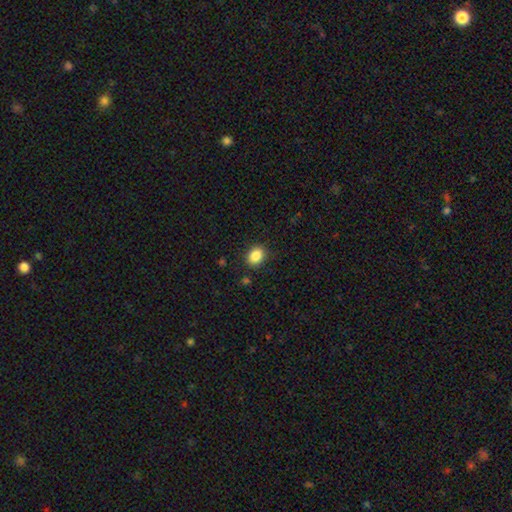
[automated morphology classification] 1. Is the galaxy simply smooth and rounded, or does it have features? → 86% smooth, 9% star or artifact, 5% featured or disk.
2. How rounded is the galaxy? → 58% in between, 41% round, 1% cigar-shaped.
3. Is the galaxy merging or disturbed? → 87% none, 9% minor disturbance, 2% major disturbance, 1% merger.